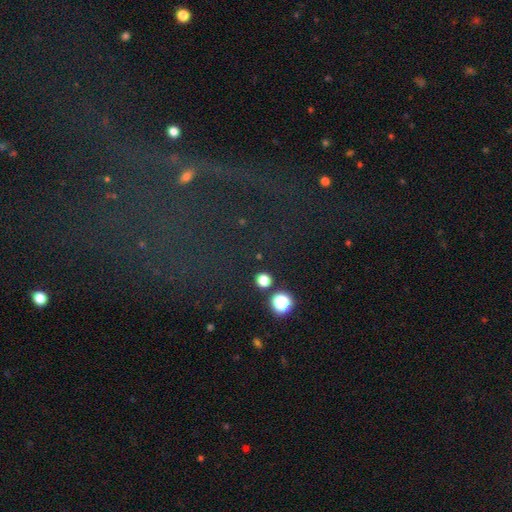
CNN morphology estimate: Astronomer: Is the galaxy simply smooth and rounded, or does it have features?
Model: star or artifact — 65%.